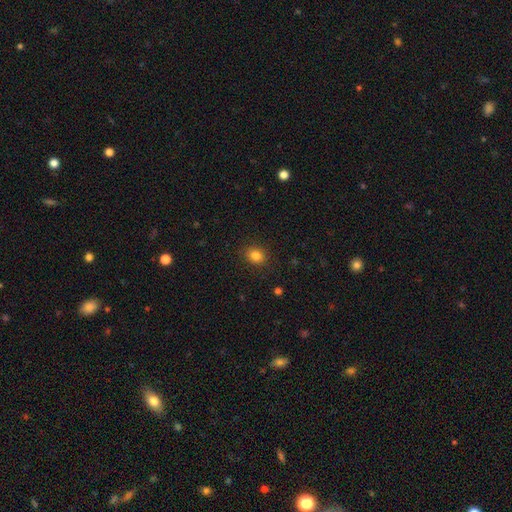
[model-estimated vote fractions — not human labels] A smooth galaxy with no disk features (84%) that is round (55%). Merging: none (88%).